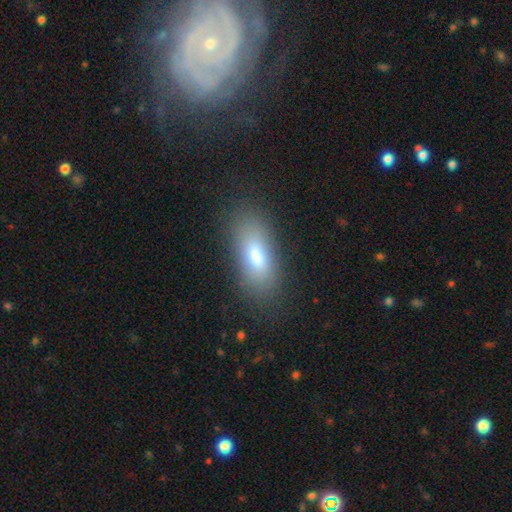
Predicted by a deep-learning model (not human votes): This is likely a smooth galaxy (77%). How rounded: clearly in between (80%). Merging: clearly none (80%).